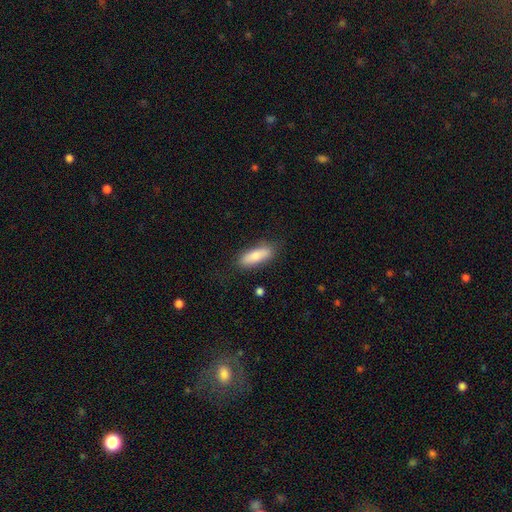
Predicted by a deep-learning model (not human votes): Morphology: type=smooth (78%); roundness=in between (64%); merging=none (80%).